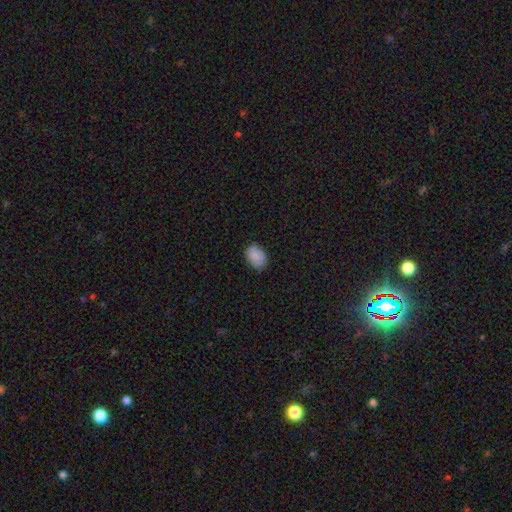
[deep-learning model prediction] Smooth or featured?
  - smooth: 89% *
  - star or artifact: 7%
  - featured or disk: 4%
How rounded?
  - in between: 80% *
  - round: 19%
  - cigar-shaped: 1%
Merging?
  - none: 85% *
  - minor disturbance: 11%
  - major disturbance: 2%
  - merger: 1%